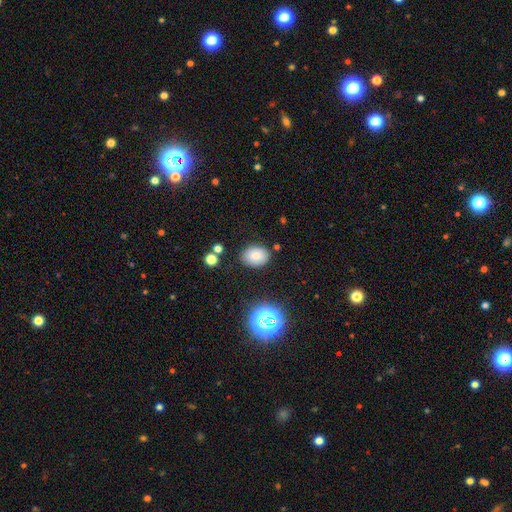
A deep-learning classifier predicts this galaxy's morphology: A smooth galaxy with no disk features (79%) that is in between round and cigar-shaped (69%). Merging: none (84%).